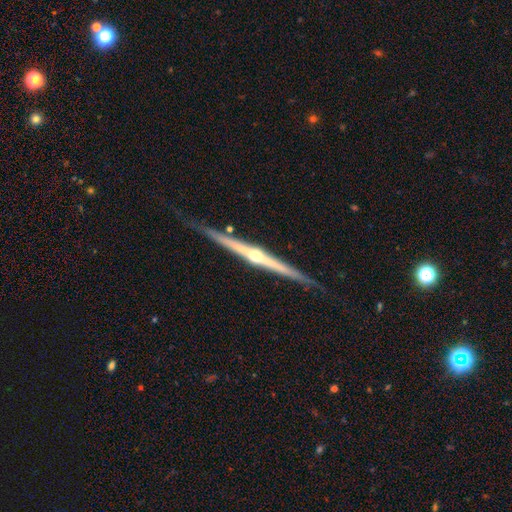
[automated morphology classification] Smooth or featured? featured or disk (85%)
Edge-on disk? yes (98%)
Edge-on bulge? rounded (88%)
Merging? none (85%)